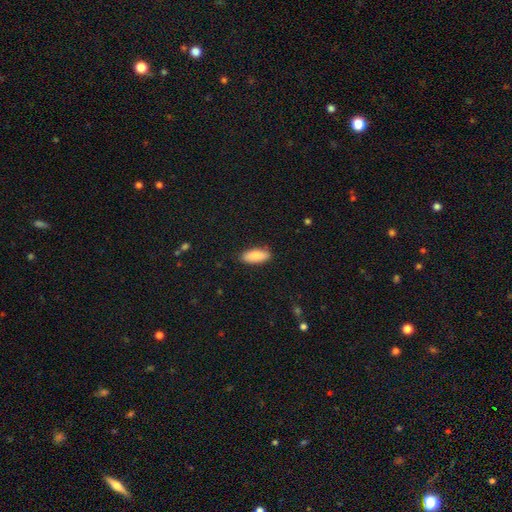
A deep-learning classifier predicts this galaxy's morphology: A smooth galaxy with no disk features (88%) that is in between round and cigar-shaped (79%).

Vote fractions:
- Smooth or featured? smooth: 88% / featured or disk: 6% / star or artifact: 6%
- How rounded? in between: 79% / cigar-shaped: 20% / round: 2%
- Merging? none: 88% / minor disturbance: 9% / major disturbance: 2% / merger: 1%